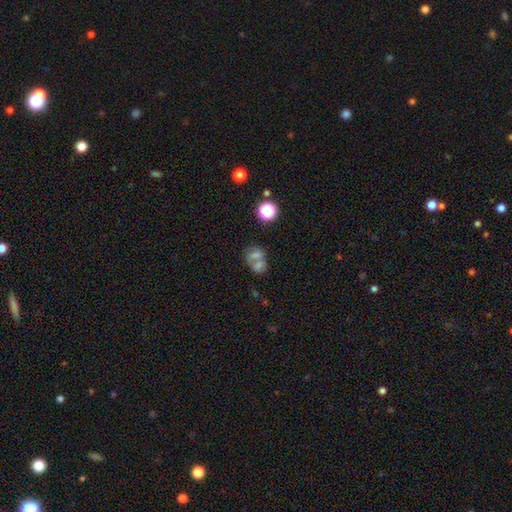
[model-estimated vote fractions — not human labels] A smooth galaxy with no disk features (53%) that is round (49%, tied with in between).

Vote fractions:
- Smooth or featured? smooth: 53% / featured or disk: 26% / star or artifact: 21%
- How rounded? round: 49% (tied) / in between: 49% (tied) / cigar-shaped: 2%
- Merging? merger: 57% / none: 27% / minor disturbance: 8% / major disturbance: 7%